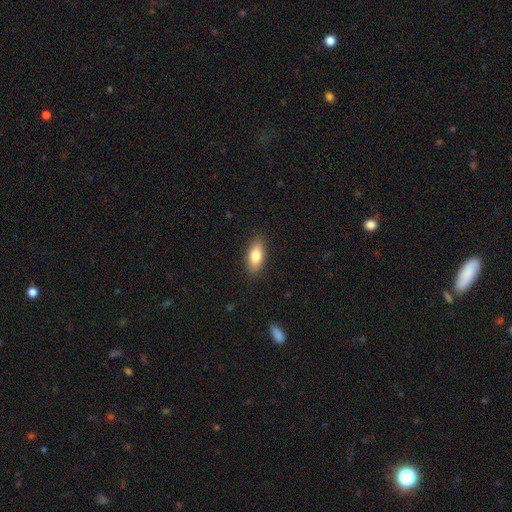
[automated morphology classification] A smooth galaxy with no disk features (79%) that is in between round and cigar-shaped (81%).

Vote fractions:
- Smooth or featured? smooth: 79% / featured or disk: 14% / star or artifact: 7%
- How rounded? in between: 81% / cigar-shaped: 15% / round: 3%
- Merging? none: 88% / minor disturbance: 9% / major disturbance: 2% / merger: 1%